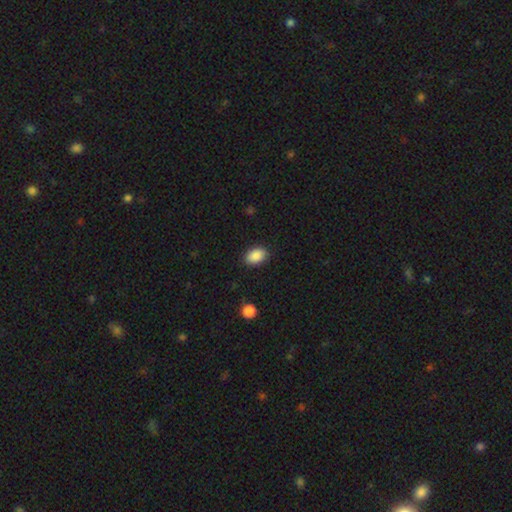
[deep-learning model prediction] The model was most divided on "how rounded": in between: 86%, round: 13%, cigar-shaped: 1%. More confident: smooth or featured — smooth (89%); merging — none (87%).